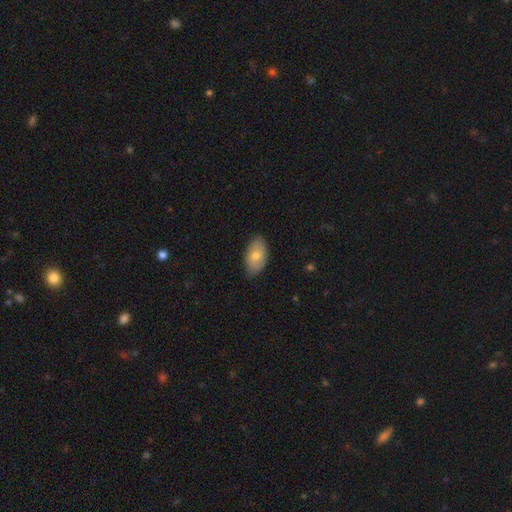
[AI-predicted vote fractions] This is likely a smooth galaxy (73%). How rounded: clearly in between (93%). Merging: clearly none (83%).